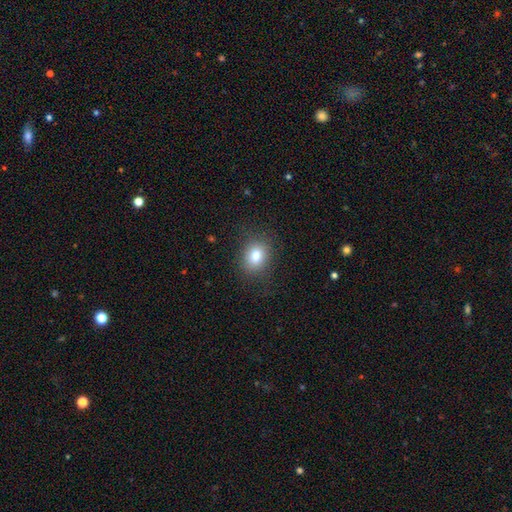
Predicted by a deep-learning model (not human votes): Q: Smooth or featured?
A: smooth (82%); runner-up: star or artifact (10%)
Q: How rounded?
A: in between (54%); runner-up: round (44%)
Q: Merging?
A: none (83%); runner-up: minor disturbance (12%)